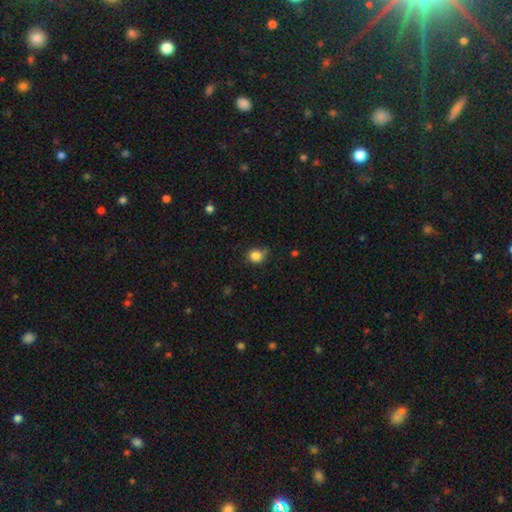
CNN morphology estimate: smooth 84%, star or artifact 11%, featured or disk 4%. Down the decision tree: how rounded — round (82%); merging — none (72%).